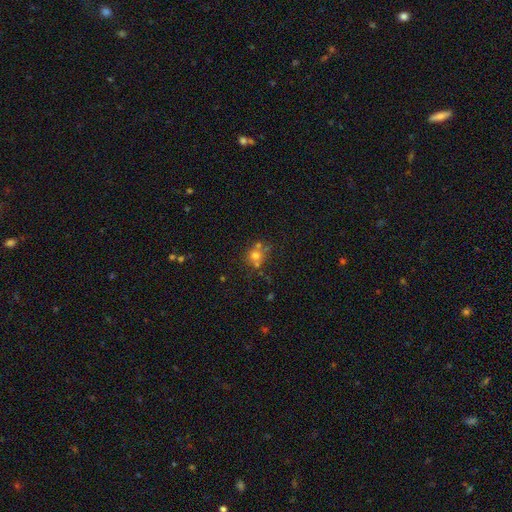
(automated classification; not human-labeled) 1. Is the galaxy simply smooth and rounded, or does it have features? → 65% smooth, 18% star or artifact, 17% featured or disk.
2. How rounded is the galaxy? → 83% round, 16% in between, 1% cigar-shaped.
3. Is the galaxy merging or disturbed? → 53% none, 30% merger, 11% minor disturbance, 6% major disturbance.